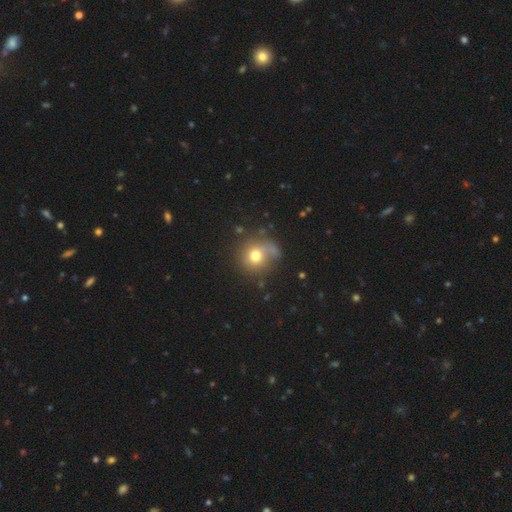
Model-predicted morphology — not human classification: This appears to be a smooth galaxy with no disk features (68%) that is round (86%). Merging: none (55%).